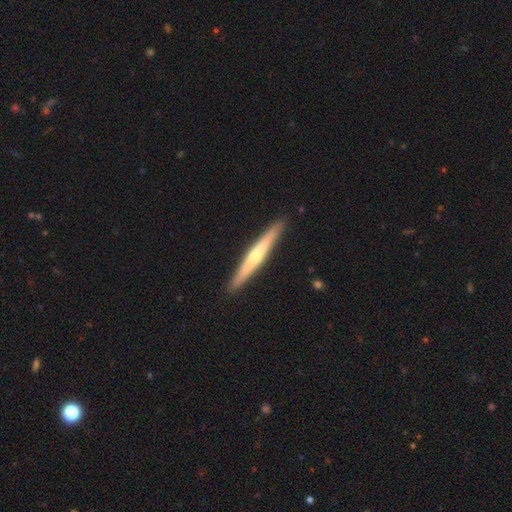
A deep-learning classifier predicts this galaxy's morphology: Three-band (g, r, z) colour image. It shows a featured or disk galaxy (62%) viewed edge-on (97%) with a rounded central bulge (73%). Merging: none (92%).